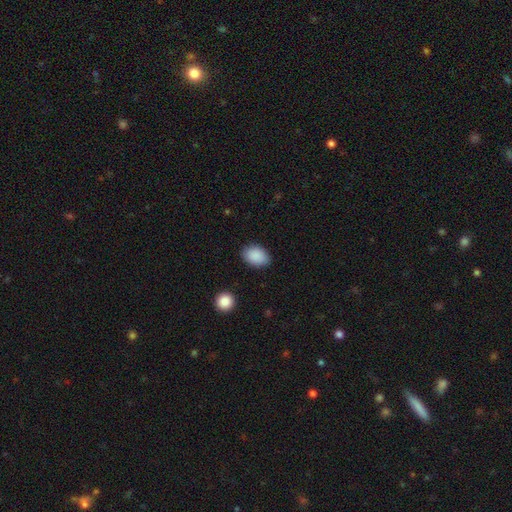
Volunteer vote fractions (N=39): Morphology: type=smooth (92%); roundness=in between (83%); merging=none (95%).